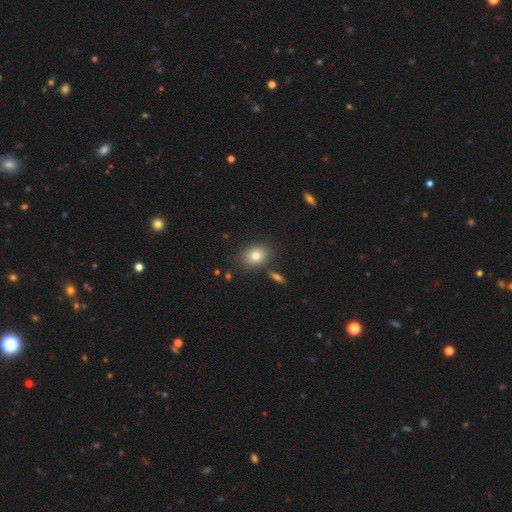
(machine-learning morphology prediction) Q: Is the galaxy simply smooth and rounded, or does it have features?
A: smooth — 79%.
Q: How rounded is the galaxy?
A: in between — 56%.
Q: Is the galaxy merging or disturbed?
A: none — 81%.